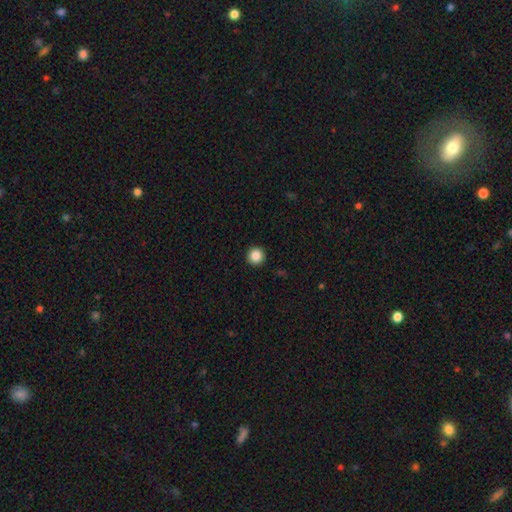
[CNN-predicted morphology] Q: Smooth or featured?
A: smooth (87%); runner-up: star or artifact (10%)
Q: How rounded?
A: round (96%); runner-up: in between (3%)
Q: Merging?
A: none (93%); runner-up: minor disturbance (4%)